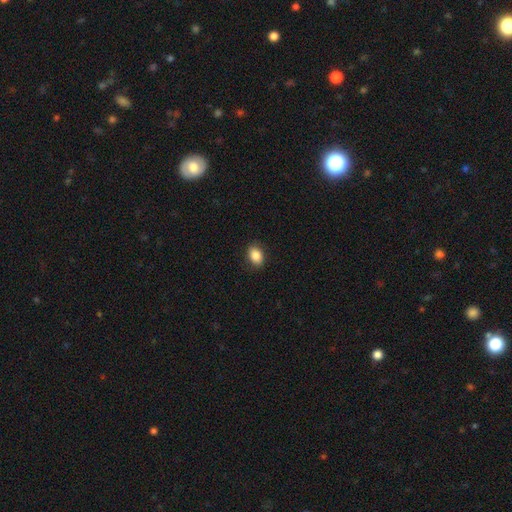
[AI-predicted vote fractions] Morphology: type=smooth (87%); roundness=in between (79%); merging=none (88%).